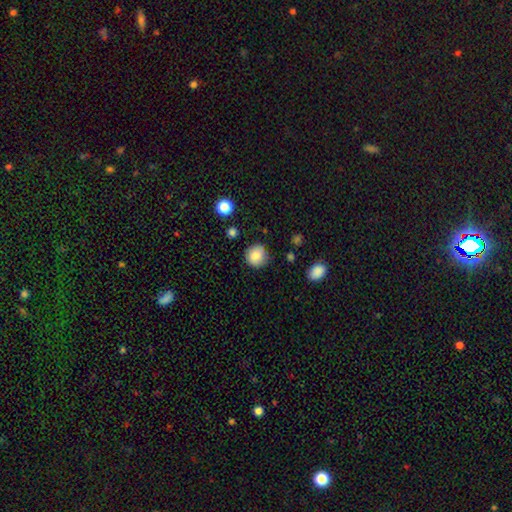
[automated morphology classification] This appears to be a smooth galaxy with no disk features (85%) that is round (91%). Merging: none (82%).